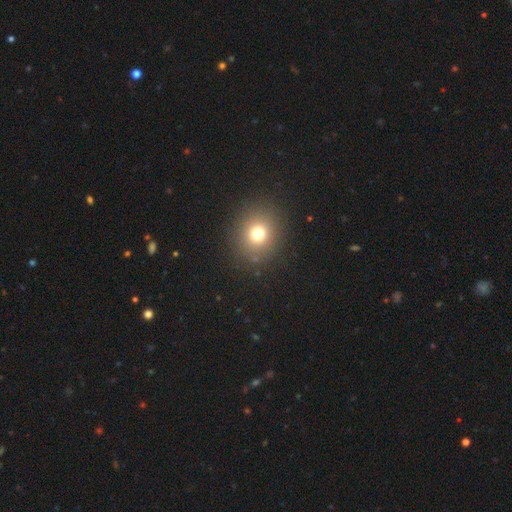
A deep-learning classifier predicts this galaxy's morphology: smooth_or_featured: smooth (p=0.70) [alt: star or artifact p=0.22]
how_rounded: round (p=0.76) [alt: in between p=0.23]
merging: none (p=0.91) [alt: minor disturbance p=0.06]